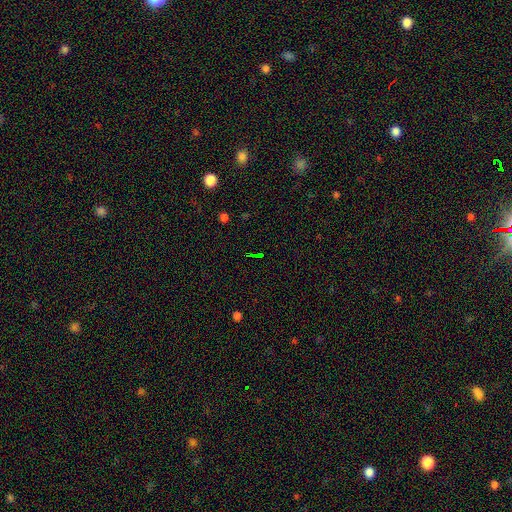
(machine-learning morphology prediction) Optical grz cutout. It shows a star or artifact, not a galaxy (72%).